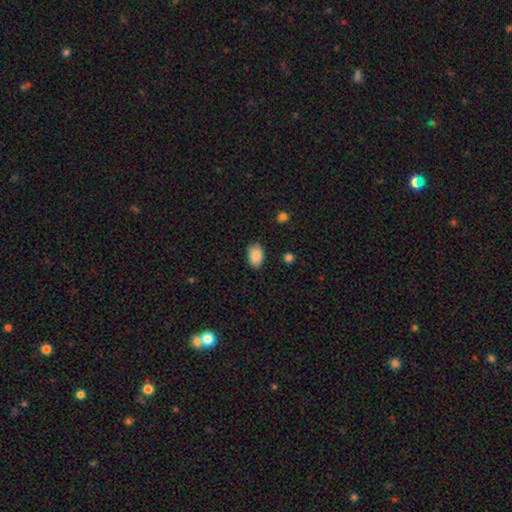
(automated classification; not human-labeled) A smooth galaxy with no disk features (87%) that is in between round and cigar-shaped (88%).

Vote fractions:
- Smooth or featured? smooth: 87% / star or artifact: 7% / featured or disk: 5%
- How rounded? in between: 88% / round: 11% / cigar-shaped: 1%
- Merging? none: 81% / minor disturbance: 15% / major disturbance: 3% / merger: 1%